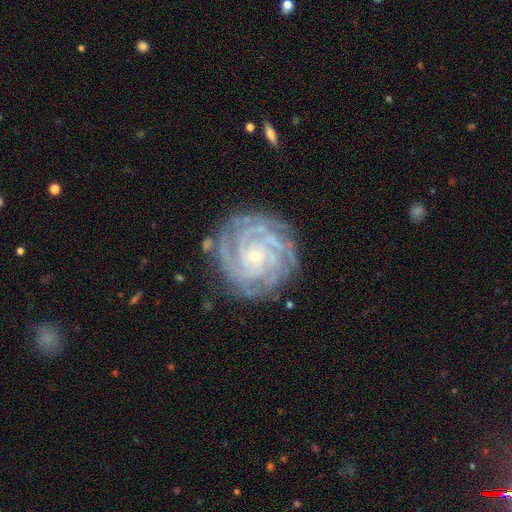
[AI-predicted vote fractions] This appears to be a featured or disk galaxy (91%) with no bar (78%), 4 (31%) tight (83%) spiral arms (98%) and a small central bulge (83%). Merging: none (82%).